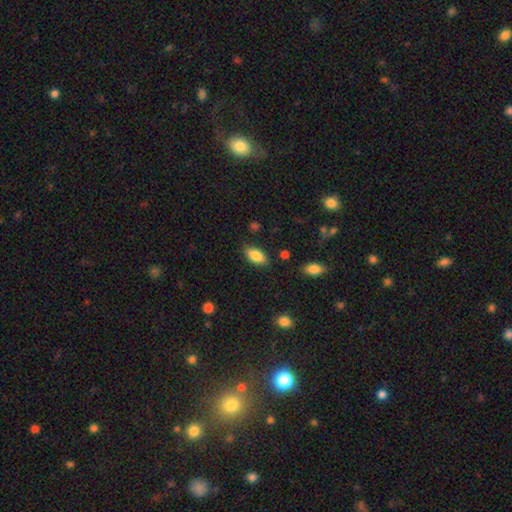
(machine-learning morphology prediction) type=smooth (81%); roundness=in between (88%); merging=none (81%).